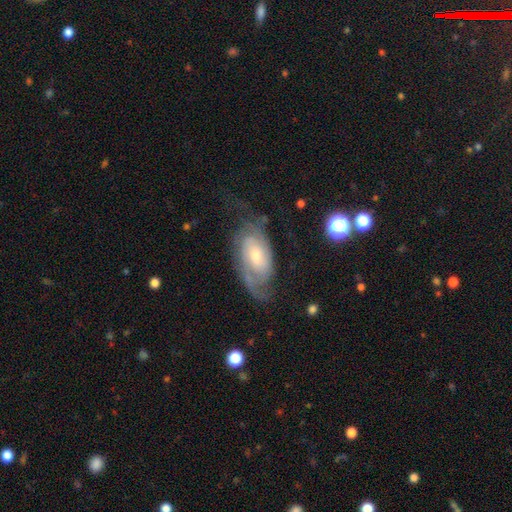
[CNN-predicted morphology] type=featured or disk (78%); edge-on=no (95%); bar=no (59%); spiral arms=yes (92%); winding=tight (45%); arm count=2 (54%); bulge=moderate (49%); merging=none (57%).